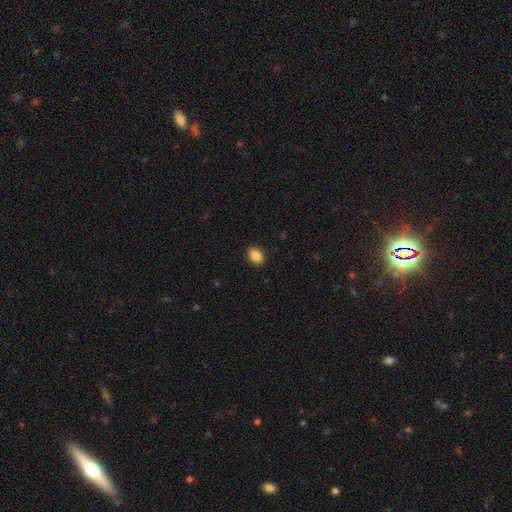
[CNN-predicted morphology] This is clearly a smooth galaxy (89%). How rounded: likely in between (74%). Merging: clearly none (90%).